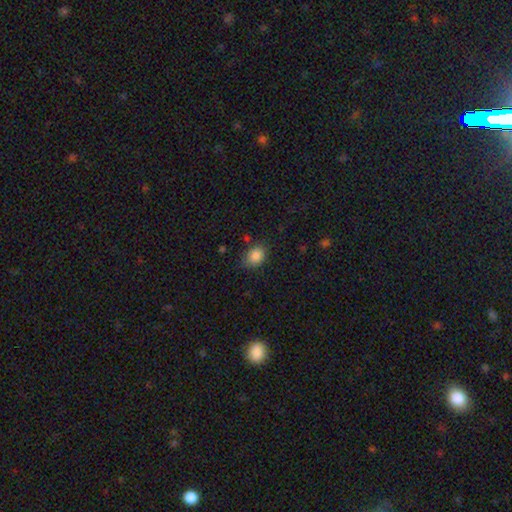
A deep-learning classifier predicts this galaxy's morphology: smooth 86%, star or artifact 9%, featured or disk 5%. Down the decision tree: how rounded — in between (57%); merging — none (74%).